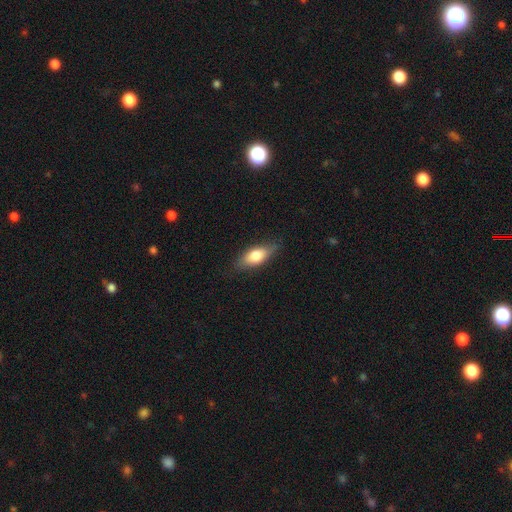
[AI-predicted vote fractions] smooth 73%, featured or disk 21%, star or artifact 6%. Down the decision tree: how rounded — in between (79%); merging — none (79%).